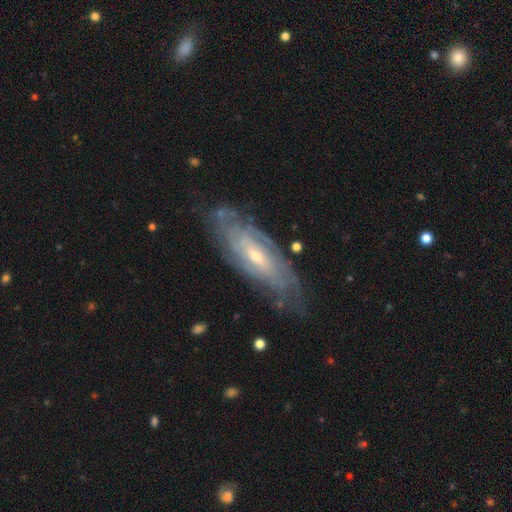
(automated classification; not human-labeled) Q: Smooth or featured?
A: featured or disk (83%); runner-up: smooth (12%)
Q: Edge-on disk?
A: no (86%); runner-up: yes (14%)
Q: Bar?
A: no (53%); runner-up: weak (37%)
Q: Spiral arms?
A: yes (91%); runner-up: no (9%)
Q: Spiral winding?
A: tight (71%); runner-up: medium (23%)
Q: Spiral arm count?
A: can't tell (56%); runner-up: 2 (15%)
Q: Bulge size?
A: small (56%); runner-up: moderate (40%)
Q: Merging?
A: none (74%); runner-up: minor disturbance (18%)